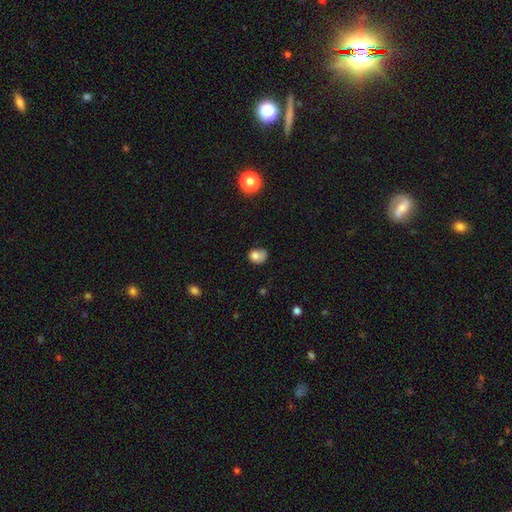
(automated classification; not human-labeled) Smooth or featured?
  - smooth: 77% *
  - featured or disk: 11%
  - star or artifact: 11%
How rounded?
  - round: 50% *
  - in between: 49%
  - cigar-shaped: 1%
Merging?
  - none: 41% *
  - minor disturbance: 35%
  - major disturbance: 18%
  - merger: 6%